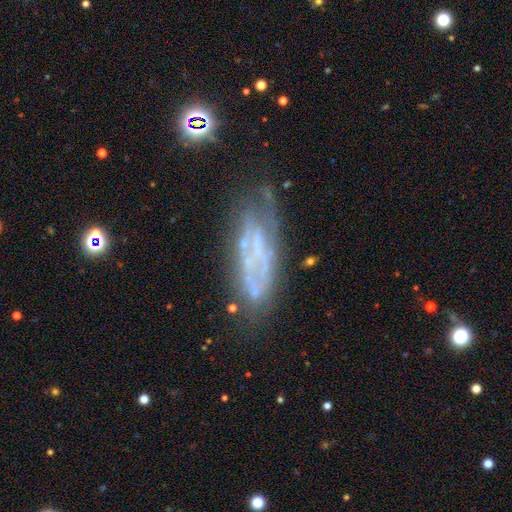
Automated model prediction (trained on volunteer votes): Q: Smooth or featured?
A: featured or disk (63%); runner-up: smooth (21%)
Q: Edge-on disk?
A: no (77%); runner-up: yes (23%)
Q: Merging?
A: none (55%); runner-up: minor disturbance (25%)